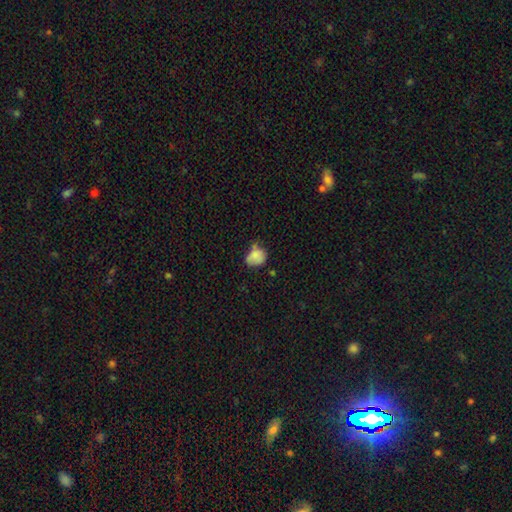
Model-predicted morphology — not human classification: smooth-or-featured: smooth: 79% | featured or disk: 11% | star or artifact: 10%
  how-rounded: in between: 50% | round: 49% | cigar-shaped: 1%
  merging: none: 40% | minor disturbance: 38% | major disturbance: 13% | merger: 9%